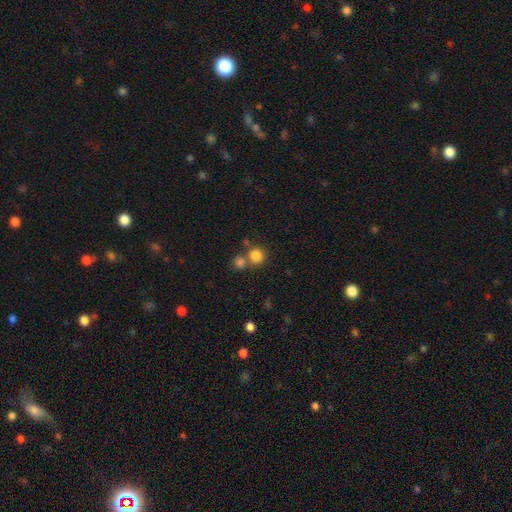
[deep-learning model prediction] Q: Smooth or featured?
A: smooth (82%); runner-up: star or artifact (12%)
Q: How rounded?
A: round (91%); runner-up: in between (8%)
Q: Merging?
A: none (62%); runner-up: merger (27%)